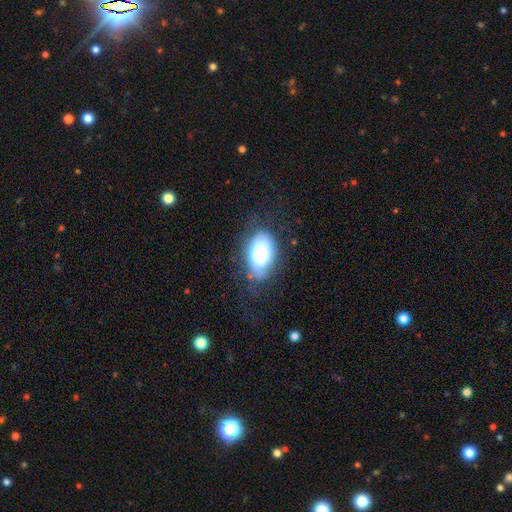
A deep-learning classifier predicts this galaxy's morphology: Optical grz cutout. It shows a smooth galaxy with no disk features (66%) that is in between round and cigar-shaped (91%). Merging: none (57%).